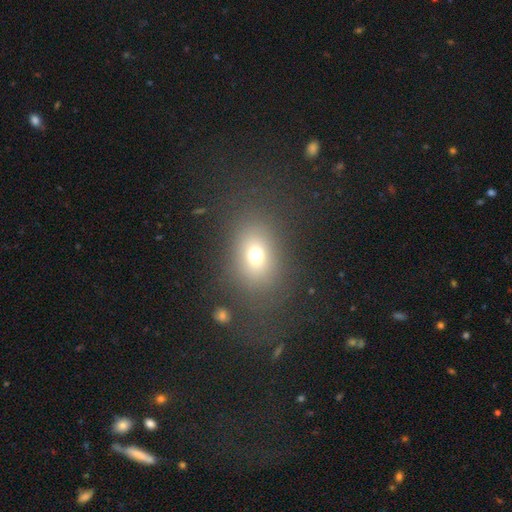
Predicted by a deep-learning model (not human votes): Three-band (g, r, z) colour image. It shows a smooth galaxy with no disk features (68%) that is in between round and cigar-shaped (55%). Merging: none (77%).